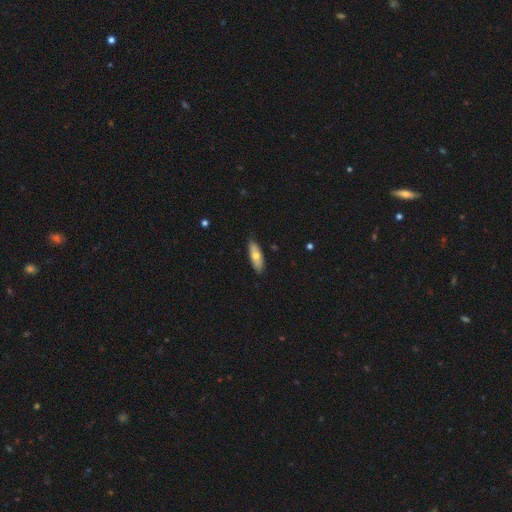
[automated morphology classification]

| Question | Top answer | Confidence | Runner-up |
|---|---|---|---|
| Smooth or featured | smooth | 65% | featured or disk (29%) |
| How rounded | in between | 60% | cigar-shaped (38%) |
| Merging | none | 86% | minor disturbance (11%) |